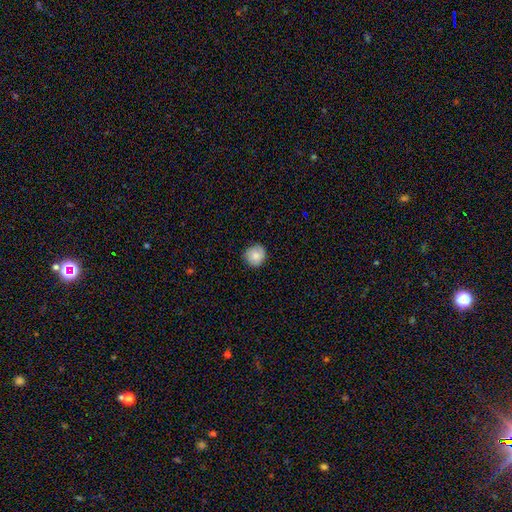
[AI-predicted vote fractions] A smooth galaxy with no disk features (78%) that is round (92%). Merging: none (85%).